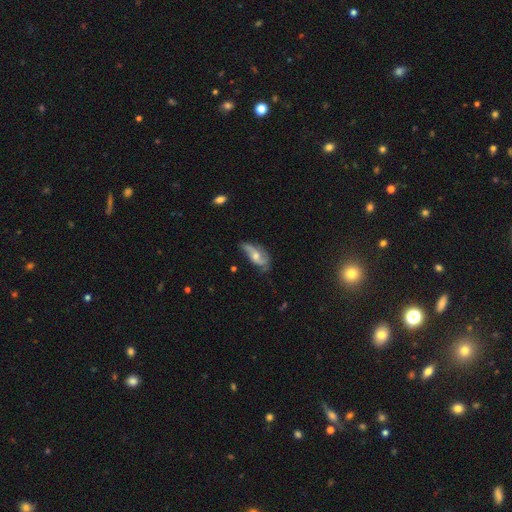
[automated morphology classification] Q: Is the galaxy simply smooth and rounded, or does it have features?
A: featured or disk — 61%.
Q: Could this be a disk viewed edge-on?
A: no — 87%.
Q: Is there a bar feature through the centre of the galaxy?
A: no — 62%.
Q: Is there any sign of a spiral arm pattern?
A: yes — 78%.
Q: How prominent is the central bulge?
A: moderate — 59%.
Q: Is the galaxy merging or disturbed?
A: none — 46%.